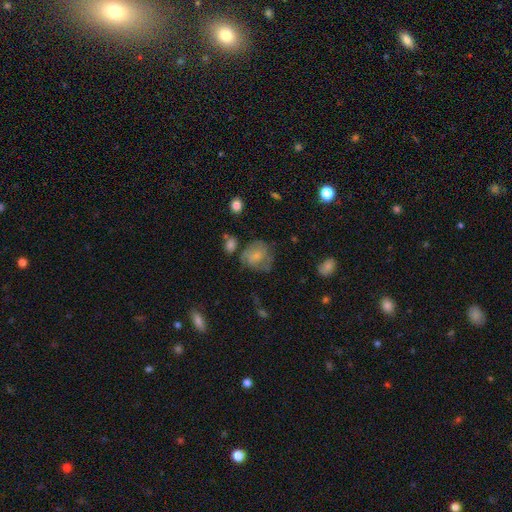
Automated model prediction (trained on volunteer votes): A smooth galaxy with no disk features (57%) that is round (67%). Merging: none (46%).